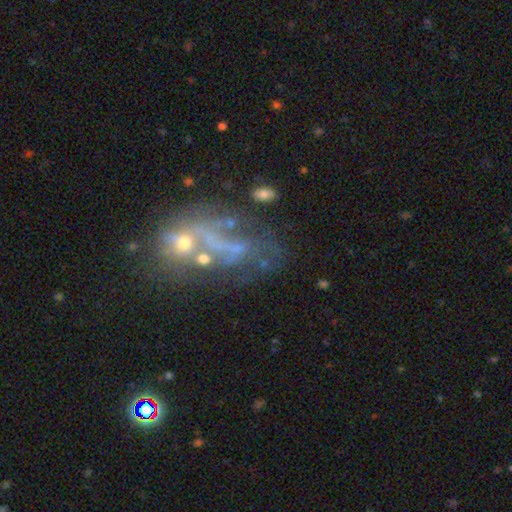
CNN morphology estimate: Overall: featured or disk (49%; star or artifact 30%). Merging: major disturbance (35%; none 28%).